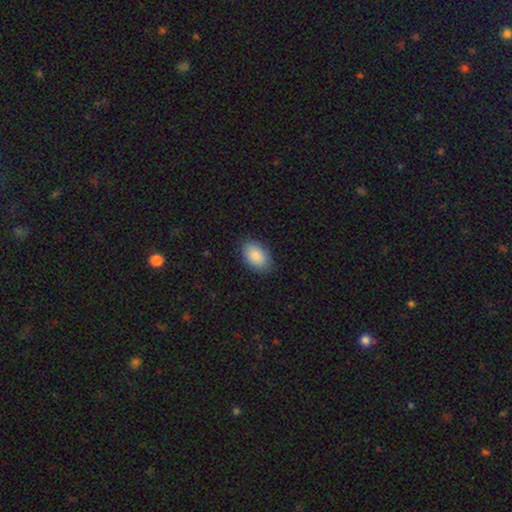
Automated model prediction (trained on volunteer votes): Smooth or featured?
  - smooth: 89% *
  - star or artifact: 6%
  - featured or disk: 5%
How rounded?
  - in between: 91% *
  - round: 7%
  - cigar-shaped: 1%
Merging?
  - none: 86% *
  - minor disturbance: 10%
  - major disturbance: 2%
  - merger: 1%